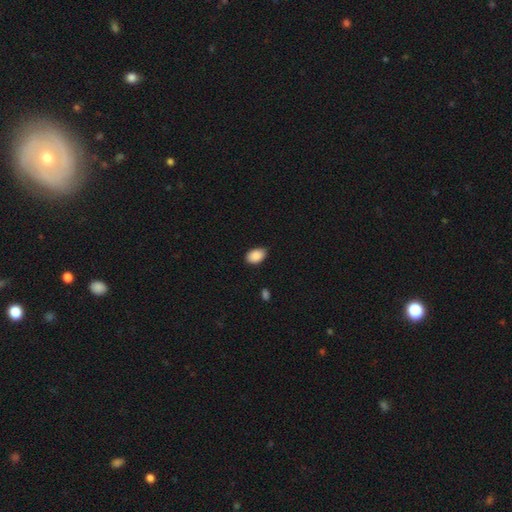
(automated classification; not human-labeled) Morphology: type=smooth (89%); roundness=in between (88%); merging=none (79%).